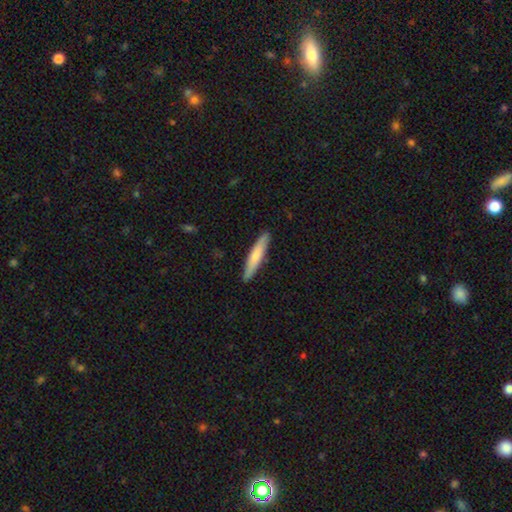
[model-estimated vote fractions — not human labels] Q: Smooth or featured?
A: smooth (71%); runner-up: featured or disk (24%)
Q: How rounded?
A: cigar-shaped (90%); runner-up: in between (9%)
Q: Merging?
A: none (89%); runner-up: minor disturbance (8%)